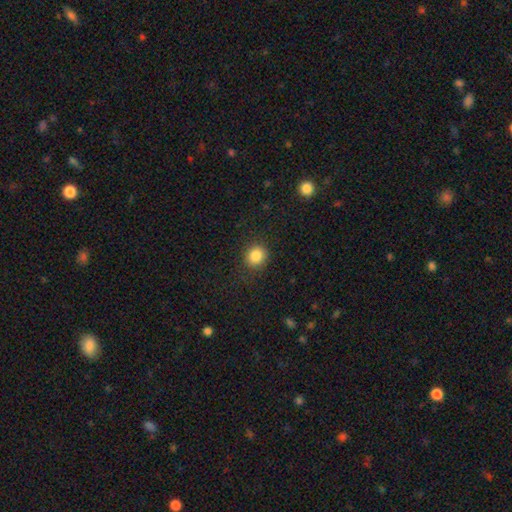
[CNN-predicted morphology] Smooth or featured? Predicted: smooth (p=0.85). How rounded? Predicted: round (p=0.81). Merging? Predicted: none (p=0.87).